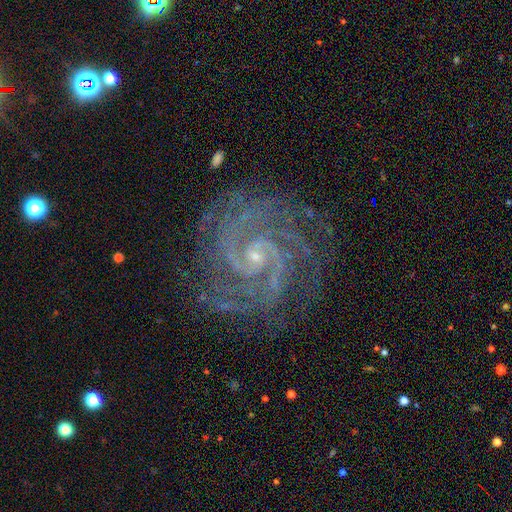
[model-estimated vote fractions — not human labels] featured or disk 92%, star or artifact 6%, smooth 2%. Down the decision tree: edge-on disk — no (98%); bar — no (50%); spiral arms — yes (99%); spiral arm count — 2 (53%); spiral winding — tight (69%); bulge size — small (81%); merging — none (79%).